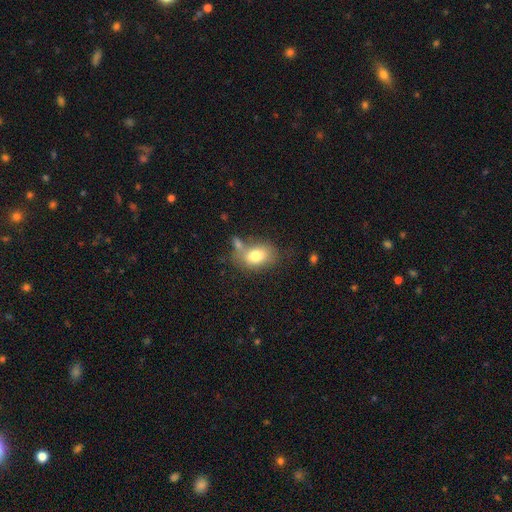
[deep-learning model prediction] A smooth galaxy with no disk features (78%) that is in between round and cigar-shaped (80%). Merging: none (55%).